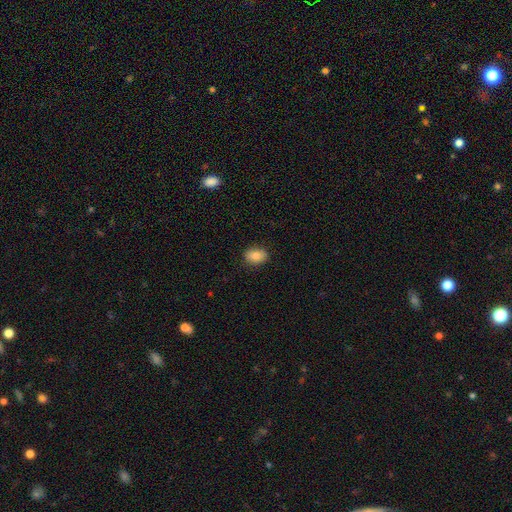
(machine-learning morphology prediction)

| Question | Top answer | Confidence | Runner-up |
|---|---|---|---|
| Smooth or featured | smooth | 82% | featured or disk (9%) |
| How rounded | in between | 75% | round (23%) |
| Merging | none | 87% | minor disturbance (10%) |